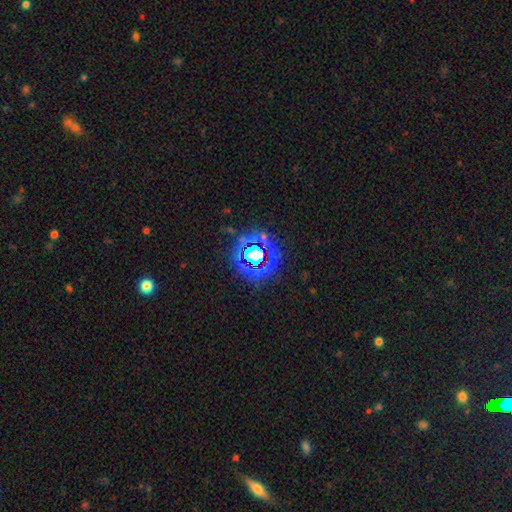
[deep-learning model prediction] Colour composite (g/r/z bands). It shows a star or artifact, not a galaxy (74%).